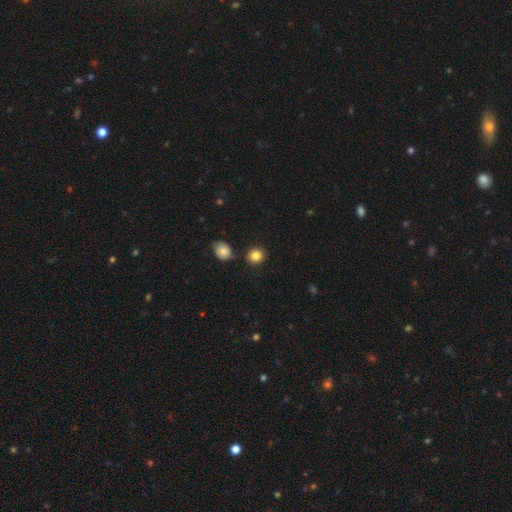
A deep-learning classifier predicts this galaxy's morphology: Smooth or featured?
  - smooth: 85% *
  - star or artifact: 10%
  - featured or disk: 5%
How rounded?
  - round: 87% *
  - in between: 12%
  - cigar-shaped: 1%
Merging?
  - none: 84% *
  - minor disturbance: 8%
  - merger: 6%
  - major disturbance: 2%